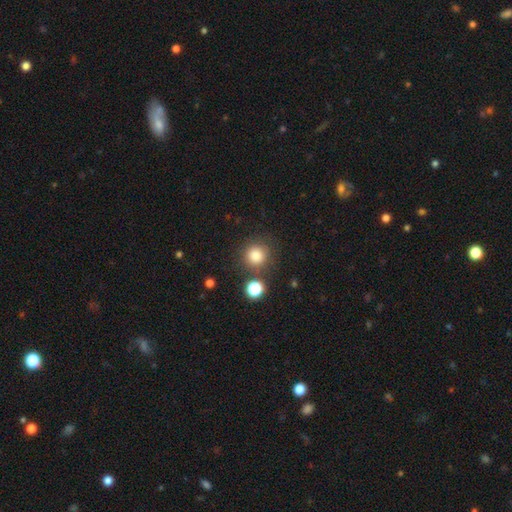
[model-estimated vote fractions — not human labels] smooth_or_featured: smooth (p=0.82) [alt: star or artifact p=0.13]
how_rounded: round (p=0.93) [alt: in between p=0.06]
merging: none (p=0.81) [alt: minor disturbance p=0.09]